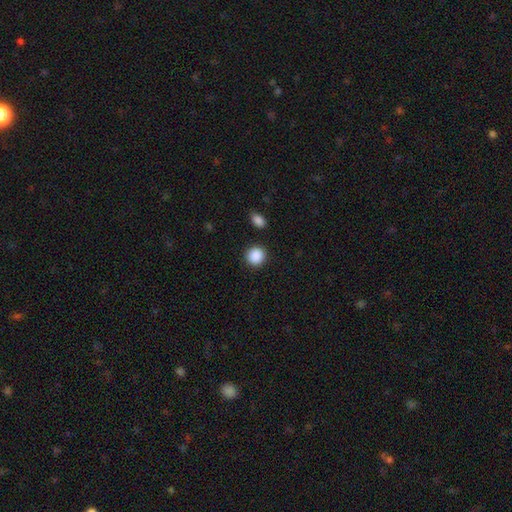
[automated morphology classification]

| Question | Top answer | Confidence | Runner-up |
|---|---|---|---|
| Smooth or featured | smooth | 89% | star or artifact (8%) |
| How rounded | round | 90% | in between (9%) |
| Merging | none | 89% | minor disturbance (6%) |